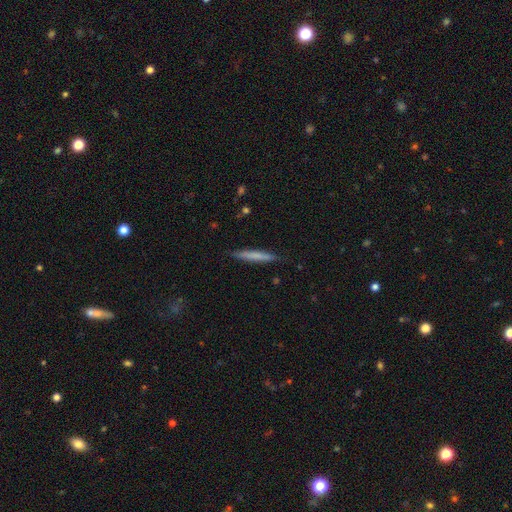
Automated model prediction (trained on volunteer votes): Morphology: type=smooth (67%); roundness=cigar-shaped (95%); merging=none (88%).